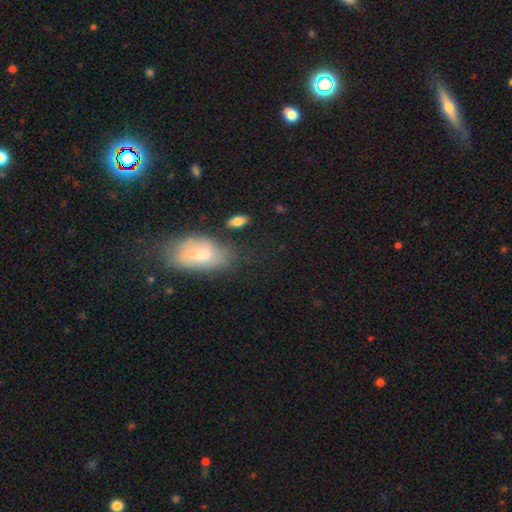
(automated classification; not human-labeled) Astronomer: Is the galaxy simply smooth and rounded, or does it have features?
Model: smooth — 47% (runner-up: featured or disk, 29%).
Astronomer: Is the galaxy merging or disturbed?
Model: none — 63%.